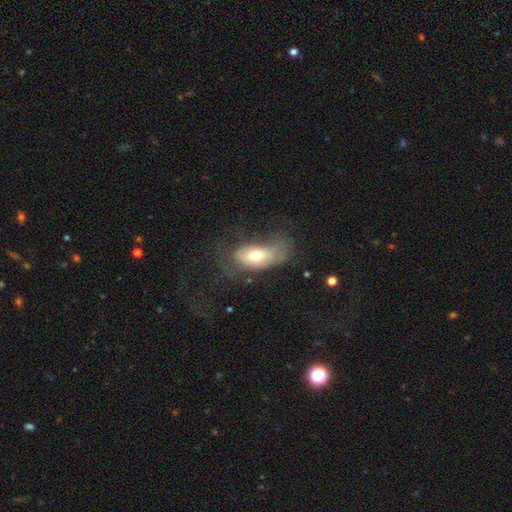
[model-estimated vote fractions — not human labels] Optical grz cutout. It shows a smooth galaxy with no disk features (60%) that is in between round and cigar-shaped (89%). Merging: none (35%).